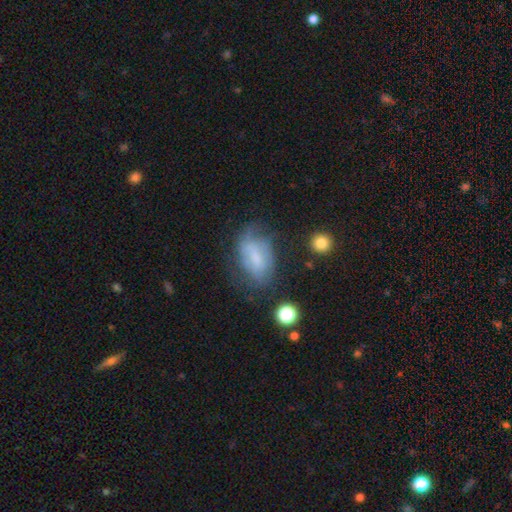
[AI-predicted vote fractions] Overall: smooth (48%; featured or disk 43%). Merging: none (50%; minor disturbance 29%).